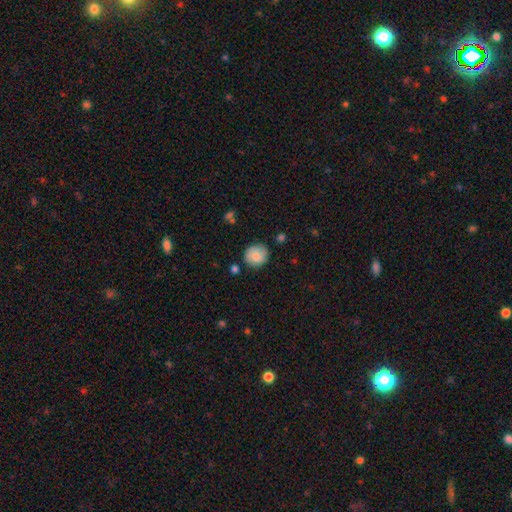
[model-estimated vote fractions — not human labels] Smooth or featured? smooth (81%)
How rounded? round (86%)
Merging? none (82%)